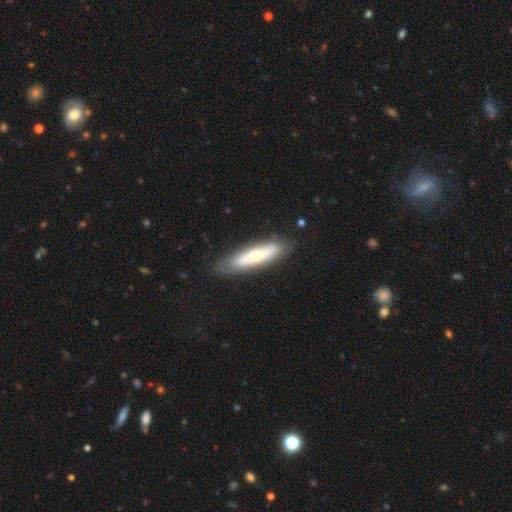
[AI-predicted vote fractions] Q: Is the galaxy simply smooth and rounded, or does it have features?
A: featured or disk — 48%.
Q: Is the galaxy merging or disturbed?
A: none — 81%.